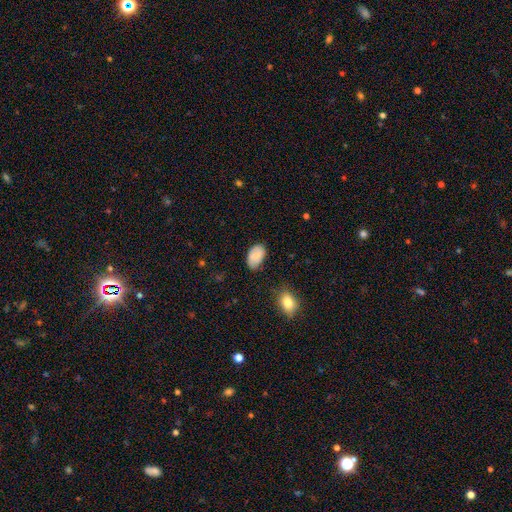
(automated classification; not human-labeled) The model was most divided on "merging": none: 72%, minor disturbance: 21%, major disturbance: 4%, merger: 2%. More confident: how rounded — in between (91%); smooth or featured — smooth (72%).